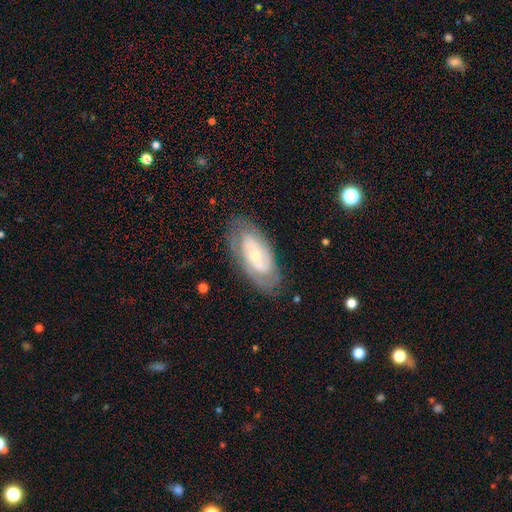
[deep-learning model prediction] Smooth or featured: featured or disk — 75% (smooth — 19%)
Edge-on disk: no — 93% (yes — 7%)
Bar: no — 56% (weak — 32%)
Spiral arms: yes — 86% (no — 14%)
Spiral winding: tight — 57% (medium — 32%)
Spiral arm count: 2 — 49% (can't tell — 34%)
Bulge size: small — 65% (moderate — 31%)
Merging: none — 77% (minor disturbance — 16%)